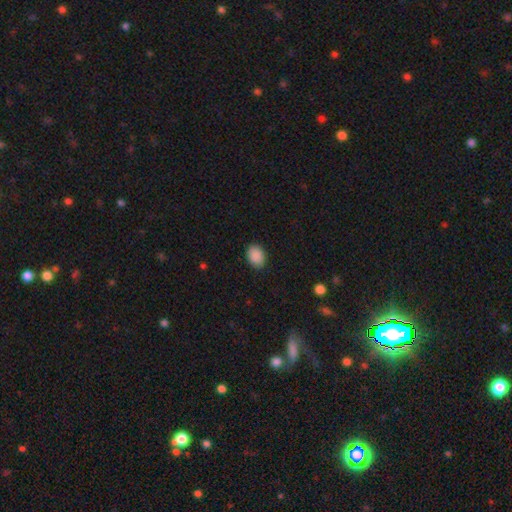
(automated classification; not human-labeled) Q: Smooth or featured?
A: smooth (90%); runner-up: star or artifact (8%)
Q: How rounded?
A: in between (67%); runner-up: round (32%)
Q: Merging?
A: none (89%); runner-up: minor disturbance (8%)